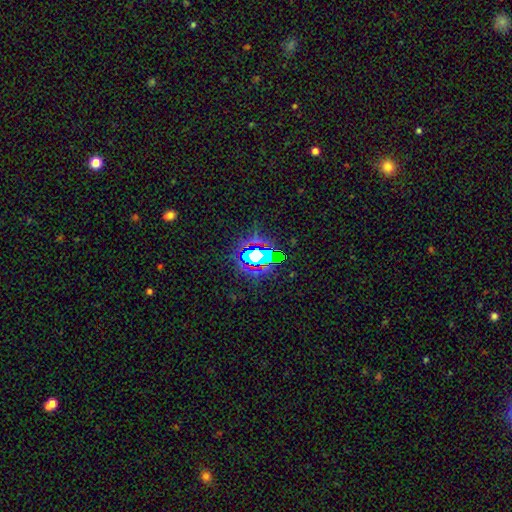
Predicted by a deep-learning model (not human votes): A star or artifact, not a galaxy (69%).

Vote fractions:
- Smooth or featured? star or artifact: 69% / smooth: 18% / featured or disk: 13%